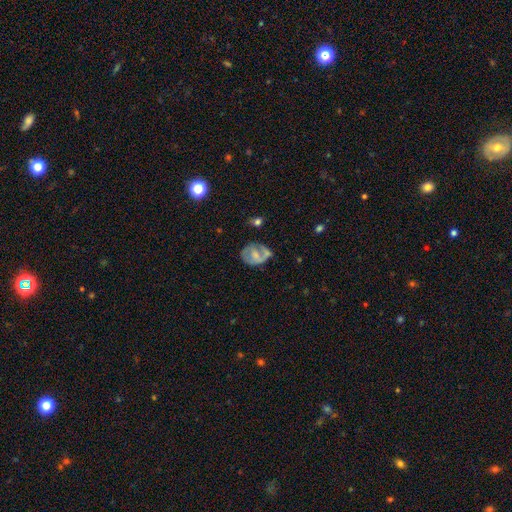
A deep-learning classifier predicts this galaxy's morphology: Q: Smooth or featured?
A: featured or disk (56%); runner-up: smooth (36%)
Q: Edge-on disk?
A: no (97%); runner-up: yes (3%)
Q: Bar?
A: no (58%); runner-up: weak (34%)
Q: Spiral arms?
A: yes (57%); runner-up: no (43%)
Q: Bulge size?
A: moderate (38%); runner-up: small (32%)
Q: Merging?
A: none (45%); runner-up: minor disturbance (27%)